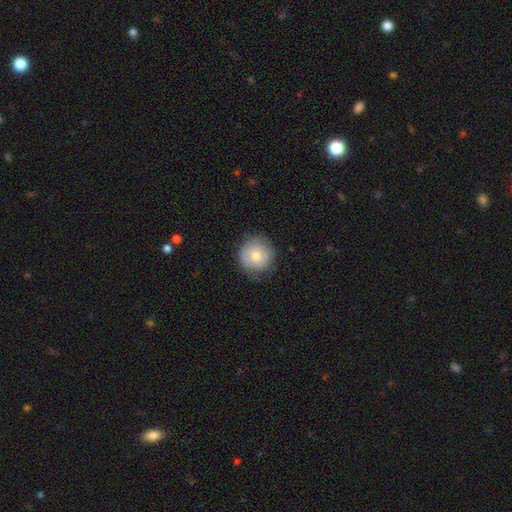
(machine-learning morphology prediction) smooth 80%, featured or disk 13%, star or artifact 7%. Down the decision tree: how rounded — round (93%); merging — none (79%).